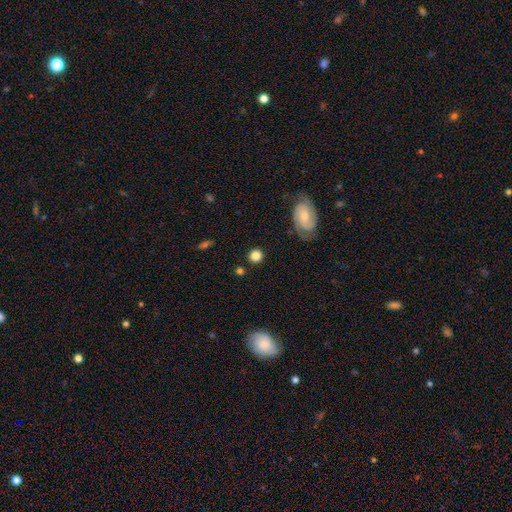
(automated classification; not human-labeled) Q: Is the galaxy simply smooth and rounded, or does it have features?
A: smooth — 81%.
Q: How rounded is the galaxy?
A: round — 89%.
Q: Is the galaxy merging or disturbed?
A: none — 86%.